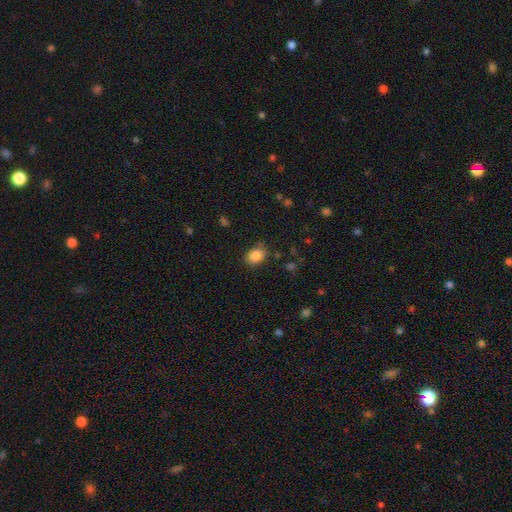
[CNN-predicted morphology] smooth_or_featured: smooth (p=0.87) [alt: star or artifact p=0.09]
how_rounded: in between (p=0.61) [alt: round p=0.38]
merging: none (p=0.79) [alt: minor disturbance p=0.15]